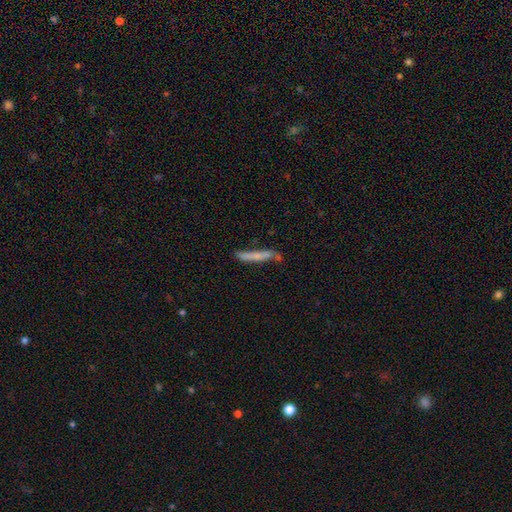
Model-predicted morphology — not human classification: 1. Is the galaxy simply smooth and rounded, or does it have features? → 62% smooth, 30% featured or disk, 7% star or artifact.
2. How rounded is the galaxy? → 94% cigar-shaped, 5% in between, 1% round.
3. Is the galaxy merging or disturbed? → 60% none, 24% minor disturbance, 9% merger, 7% major disturbance.